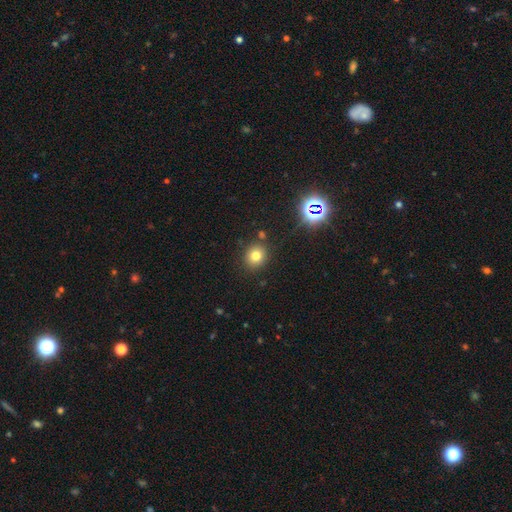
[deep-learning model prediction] The model was most divided on "smooth or featured": smooth: 76%, star or artifact: 16%, featured or disk: 8%. More confident: merging — none (85%); how rounded — round (80%).